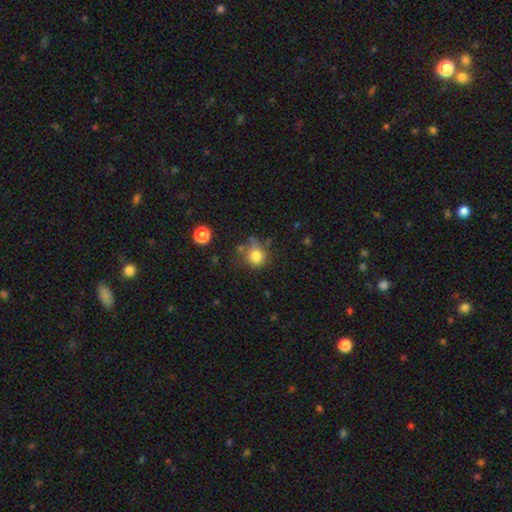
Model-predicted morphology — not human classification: This is likely a smooth galaxy (78%). How rounded: likely round (70%). Merging: possibly none (51%).